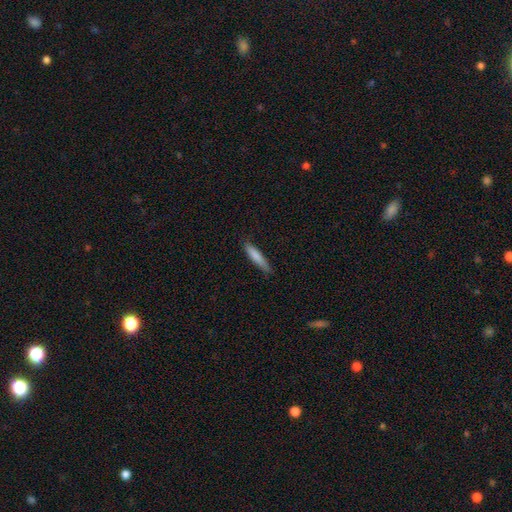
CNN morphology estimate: Overall: smooth (81%). How rounded: cigar-shaped (87%). Merging: none (80%).